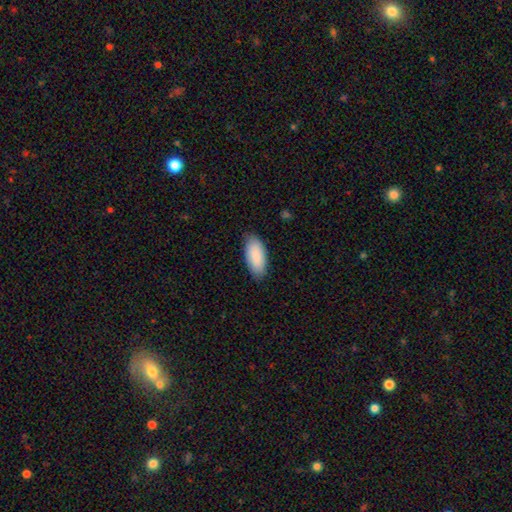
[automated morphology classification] Overall: smooth (89%). How rounded: in between (90%). Merging: none (84%).